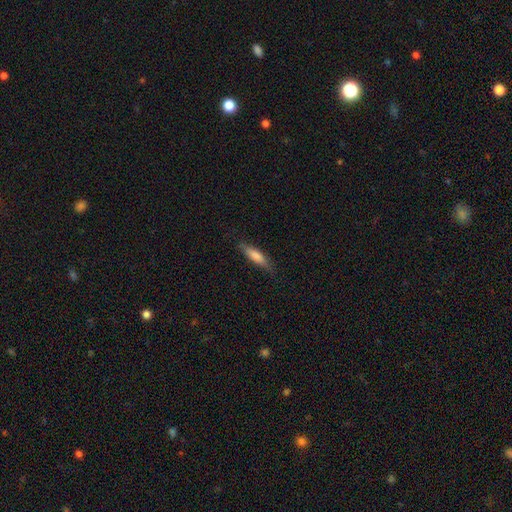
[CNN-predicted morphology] Smooth or featured: smooth — 75% (featured or disk — 19%)
How rounded: cigar-shaped — 70% (in between — 29%)
Merging: none — 79% (minor disturbance — 16%)